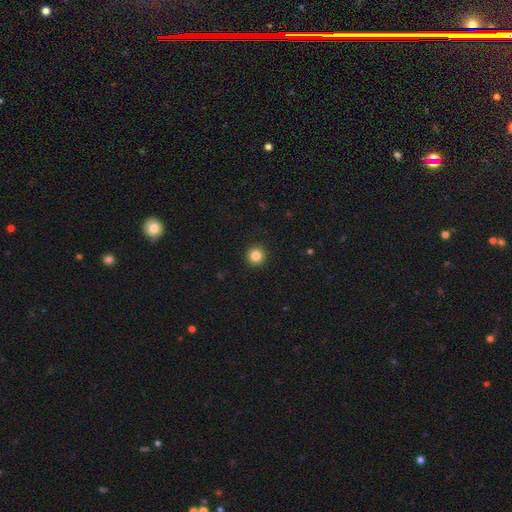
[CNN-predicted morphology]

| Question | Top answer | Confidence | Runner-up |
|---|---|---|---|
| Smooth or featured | smooth | 85% | star or artifact (11%) |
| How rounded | round | 95% | in between (4%) |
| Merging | none | 93% | minor disturbance (5%) |